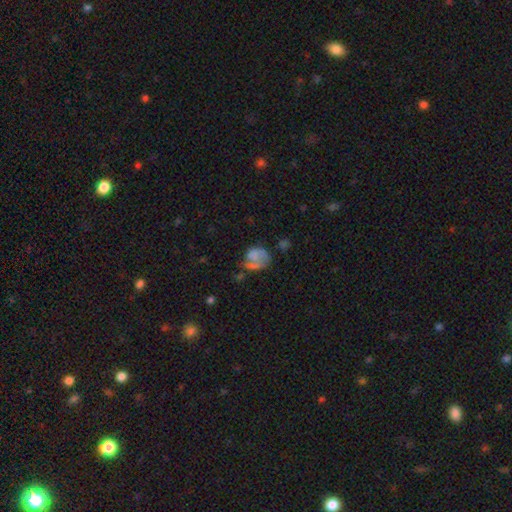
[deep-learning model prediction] The model was most divided on "how rounded": in between: 50%, round: 48%, cigar-shaped: 1%. Remaining: smooth or featured — smooth (57%); merging — major disturbance (34%).